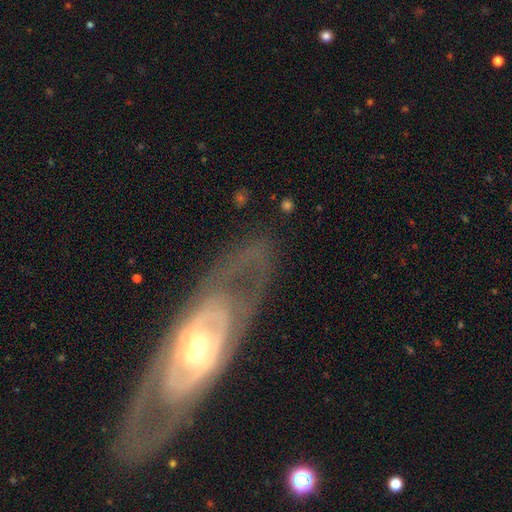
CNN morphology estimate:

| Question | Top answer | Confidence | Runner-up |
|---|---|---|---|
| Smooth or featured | featured or disk | 74% | smooth (17%) |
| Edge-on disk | no | 85% | yes (15%) |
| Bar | no | 51% | weak (30%) |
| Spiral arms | yes | 57% | no (43%) |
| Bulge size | moderate | 62% | small (25%) |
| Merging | none | 61% | major disturbance (20%) |